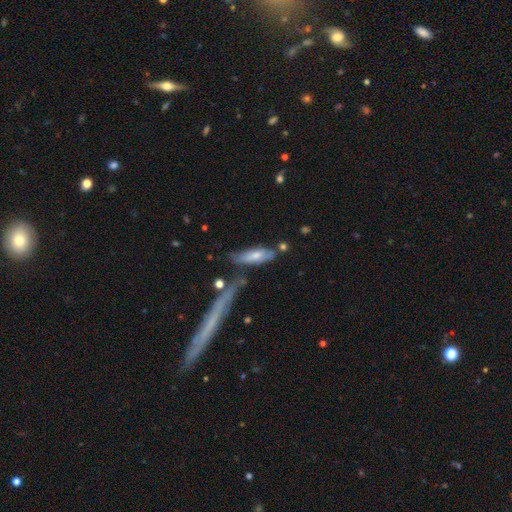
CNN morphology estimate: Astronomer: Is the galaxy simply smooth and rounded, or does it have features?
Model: smooth — 64%.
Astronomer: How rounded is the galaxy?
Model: in between — 49%, tied with cigar-shaped at 49%.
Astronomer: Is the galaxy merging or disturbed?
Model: none — 53%.